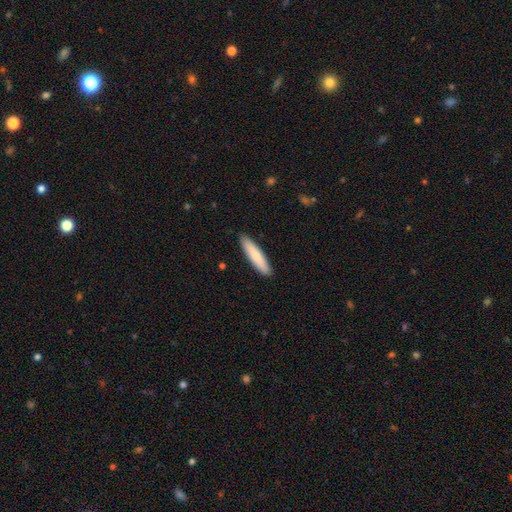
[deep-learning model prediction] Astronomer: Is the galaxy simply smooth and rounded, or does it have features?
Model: smooth — 80%.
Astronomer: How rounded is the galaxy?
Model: cigar-shaped — 83%.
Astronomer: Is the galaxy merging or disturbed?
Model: none — 90%.